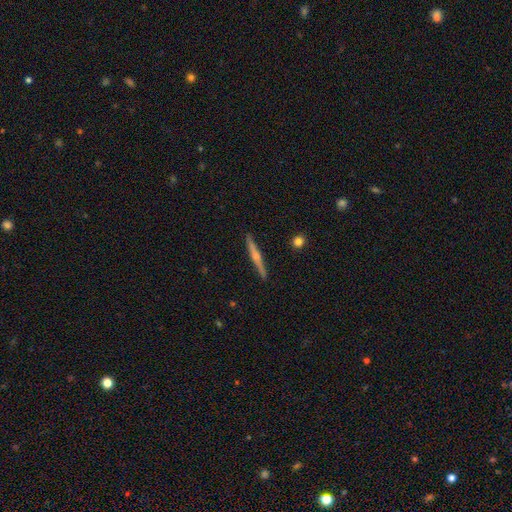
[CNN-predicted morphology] Smooth or featured: featured or disk — 59% (smooth — 35%)
Edge-on disk: yes — 98% (no — 2%)
Edge-on bulge: rounded — 62% (none — 26%)
Merging: none — 91% (minor disturbance — 7%)